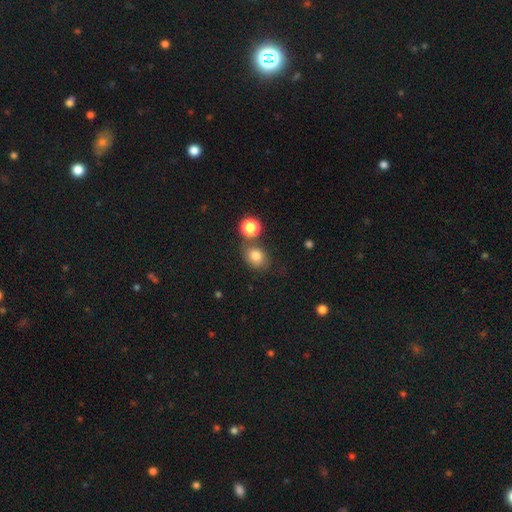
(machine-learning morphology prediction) type=smooth (80%); roundness=round (53%); merging=none (66%).